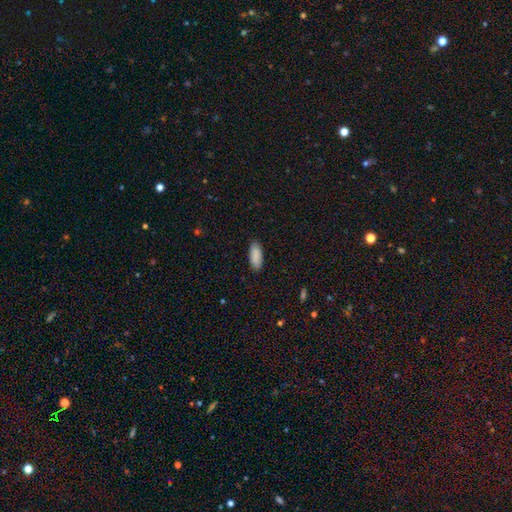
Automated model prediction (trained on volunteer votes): Smooth or featured? Predicted: smooth (p=0.90). How rounded? Predicted: in between (p=0.84). Merging? Predicted: none (p=0.87).